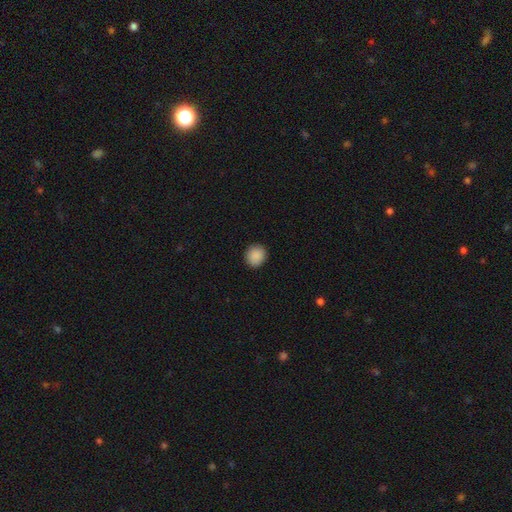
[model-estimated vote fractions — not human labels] Morphology: type=smooth (90%); roundness=round (87%); merging=none (91%).